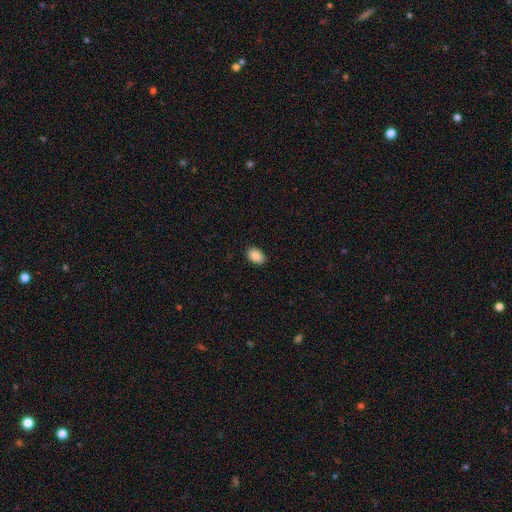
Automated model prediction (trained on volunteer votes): This appears to be a smooth galaxy with no disk features (88%) that is in between round and cigar-shaped (86%). Merging: none (90%).